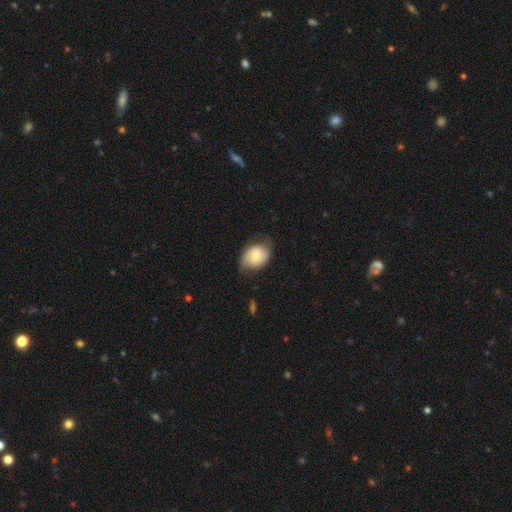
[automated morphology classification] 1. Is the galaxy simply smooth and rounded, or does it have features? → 47% smooth (tied), 47% featured or disk (tied), 7% star or artifact.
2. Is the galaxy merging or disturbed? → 65% none, 25% minor disturbance, 8% major disturbance, 1% merger.